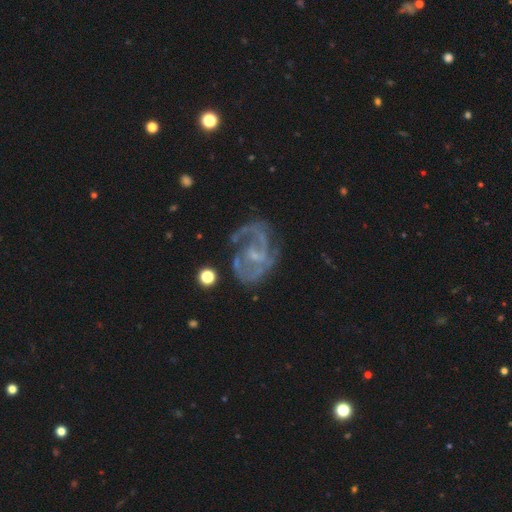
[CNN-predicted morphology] A featured or disk galaxy (86%) with a weak bar (48%), 2 (66%) medium (51%) spiral arms (92%) and a small central bulge (61%).

Vote fractions:
- Smooth or featured? featured or disk: 86% / star or artifact: 7% / smooth: 7%
- Edge-on disk? no: 98% / yes: 2%
- Bar? weak: 48% / no: 38% / strong: 14%
- Spiral arms? yes: 92% / no: 8%
- Spiral winding? medium: 51% / tight: 31% / loose: 18%
- Spiral arm count? 2: 66% / can't tell: 14% / 3: 8% / 1: 7% / 4: 3% / more than 4: 3%
- Bulge size? small: 61% / none: 20% / moderate: 17% / large: 1% / dominant: 1%
- Merging? none: 62% / minor disturbance: 19% / major disturbance: 16% / merger: 3%